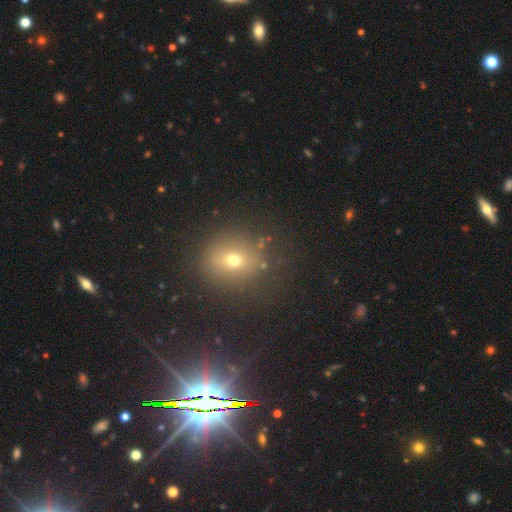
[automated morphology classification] A star or artifact, not a galaxy (49%).